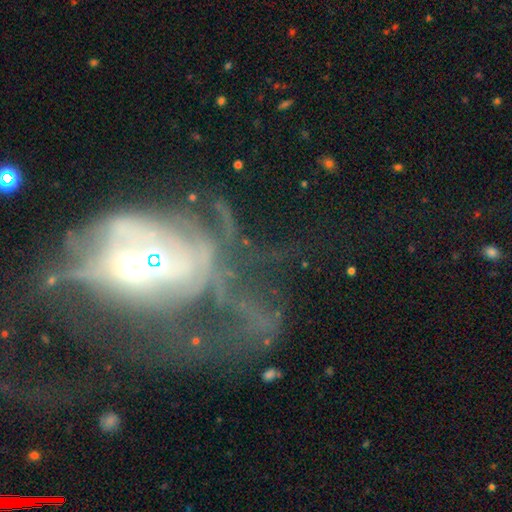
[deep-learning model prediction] This appears to be a featured or disk galaxy (64%) with no bar (77%), no spiral arms (61%) and a moderate central bulge (48%). Merging: major disturbance (43%).